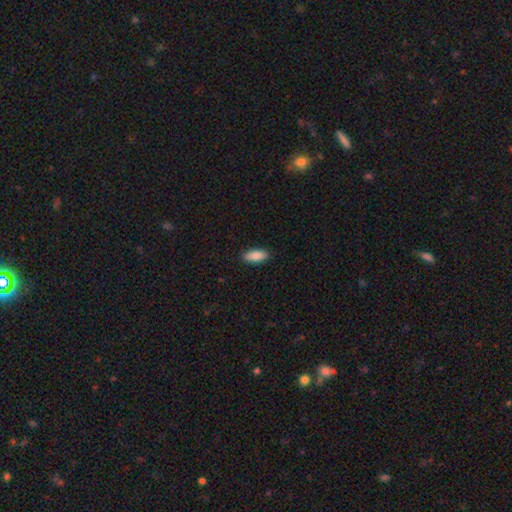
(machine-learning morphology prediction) Q: Smooth or featured?
A: smooth (89%); runner-up: star or artifact (6%)
Q: How rounded?
A: in between (84%); runner-up: cigar-shaped (14%)
Q: Merging?
A: none (90%); runner-up: minor disturbance (7%)